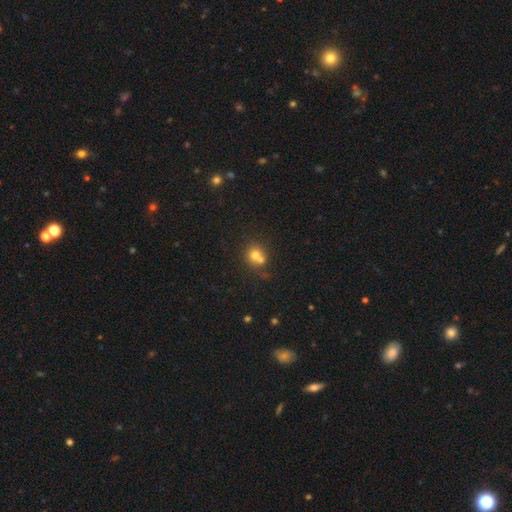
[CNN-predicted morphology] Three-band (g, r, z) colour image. It shows a smooth galaxy with no disk features (72%) that is round (80%). Merging: merger (50%).